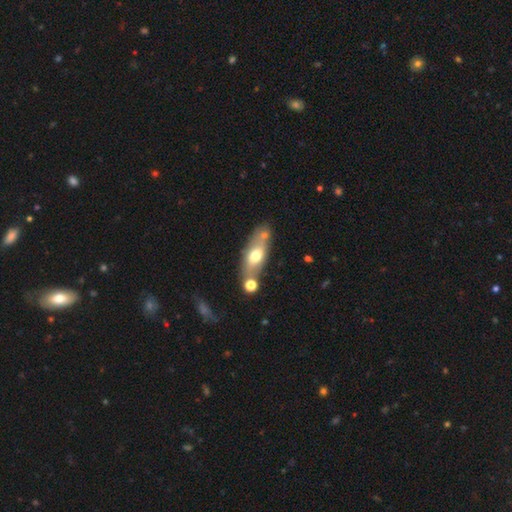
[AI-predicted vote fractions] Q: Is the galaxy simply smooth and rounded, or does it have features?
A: smooth — 53%.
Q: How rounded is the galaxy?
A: in between — 67%.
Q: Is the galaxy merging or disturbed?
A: none — 64%.